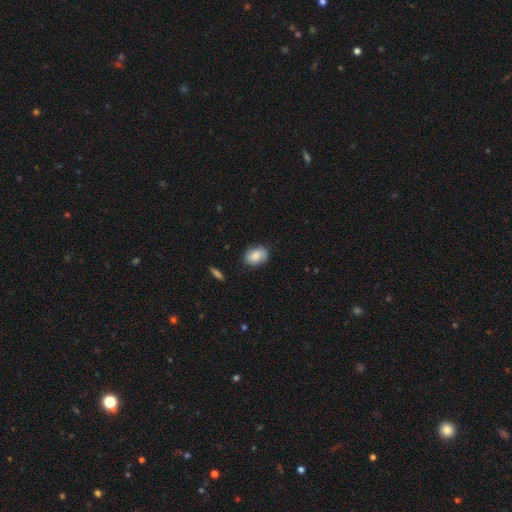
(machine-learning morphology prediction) This is clearly a smooth galaxy (83%). How rounded: likely in between (79%). Merging: likely none (80%).